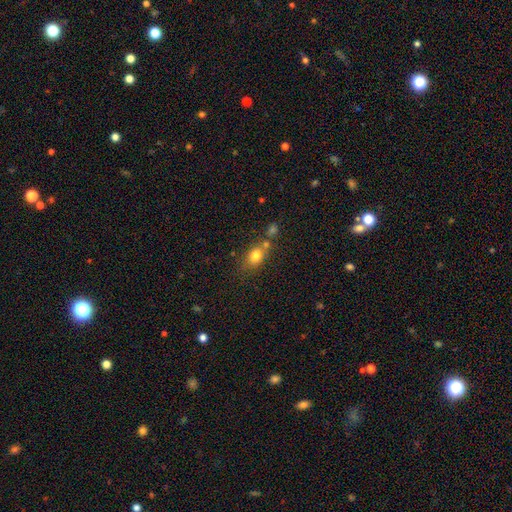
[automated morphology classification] A smooth galaxy with no disk features (78%) that is in between round and cigar-shaped (56%).

Vote fractions:
- Smooth or featured? smooth: 78% / featured or disk: 11% / star or artifact: 11%
- How rounded? in between: 56% / round: 41% / cigar-shaped: 3%
- Merging? none: 53% / merger: 27% / minor disturbance: 15% / major disturbance: 5%